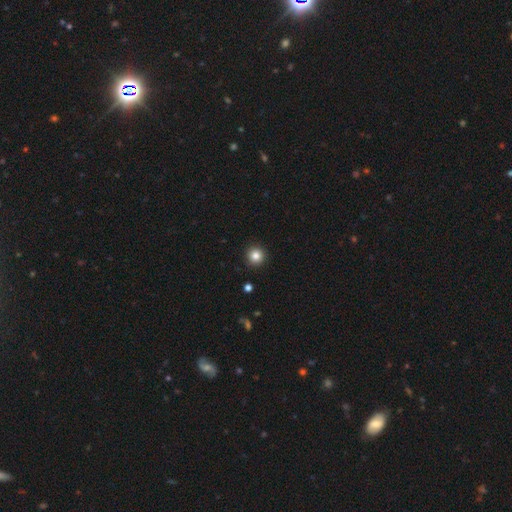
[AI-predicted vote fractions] A smooth galaxy with no disk features (83%) that is round (95%). Merging: none (92%).